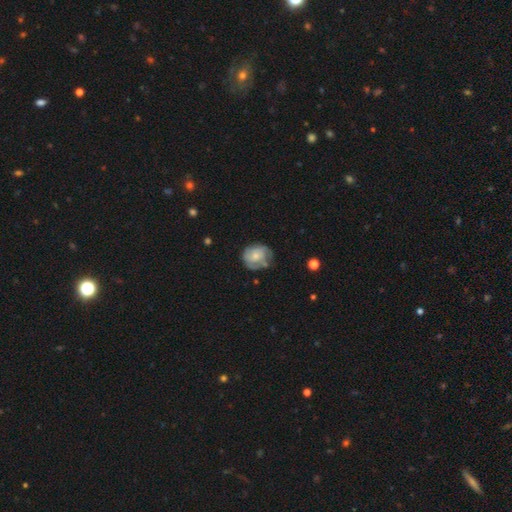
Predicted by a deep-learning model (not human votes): Overall: smooth (49%; featured or disk 44%). Merging: none (54%; minor disturbance 29%).